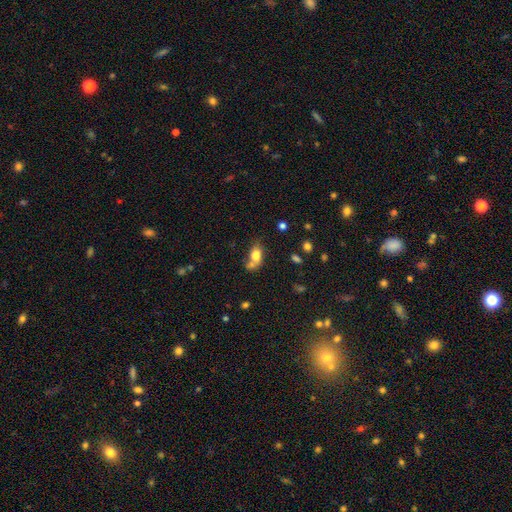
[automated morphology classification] smooth 77%, featured or disk 13%, star or artifact 10%. Down the decision tree: how rounded — in between (78%); merging — none (38%).